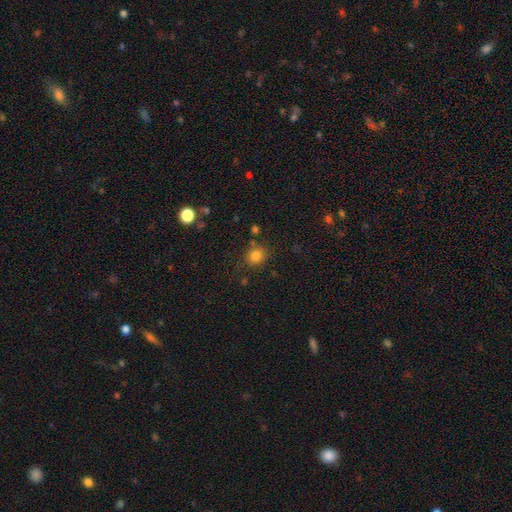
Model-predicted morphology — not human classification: smooth 81%, star or artifact 13%, featured or disk 6%. Down the decision tree: how rounded — round (71%); merging — none (76%).